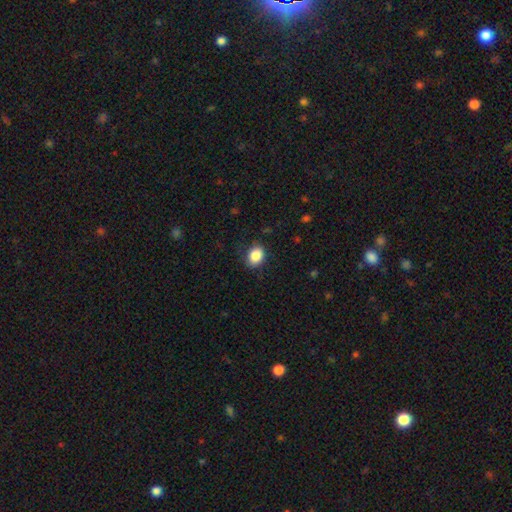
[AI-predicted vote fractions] smooth_or_featured: smooth (p=0.86) [alt: star or artifact p=0.09]
how_rounded: in between (p=0.63) [alt: round p=0.36]
merging: none (p=0.84) [alt: minor disturbance p=0.12]